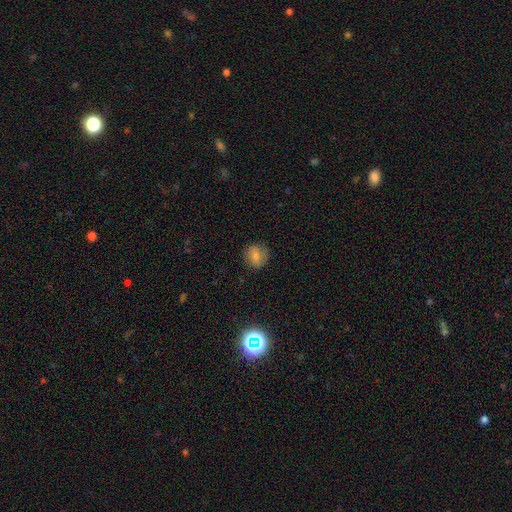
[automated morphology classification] A smooth galaxy with no disk features (73%) that is round (80%). Merging: none (82%).